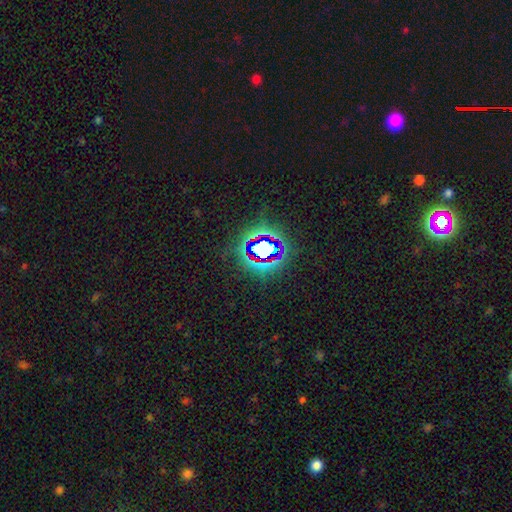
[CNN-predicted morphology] The model was most divided on "smooth or featured": star or artifact: 82%, smooth: 11%, featured or disk: 7%.